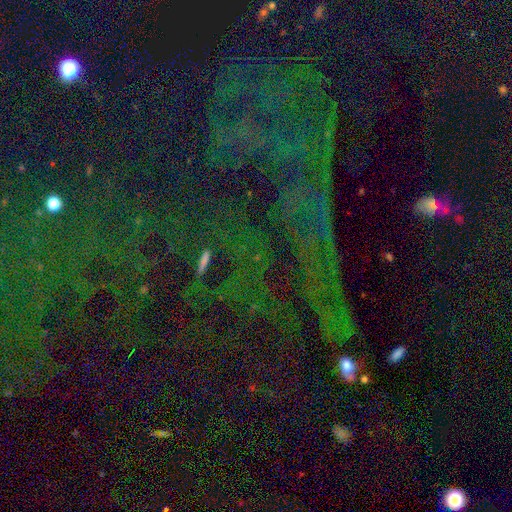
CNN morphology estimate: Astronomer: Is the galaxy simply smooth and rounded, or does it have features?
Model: star or artifact — 80%.